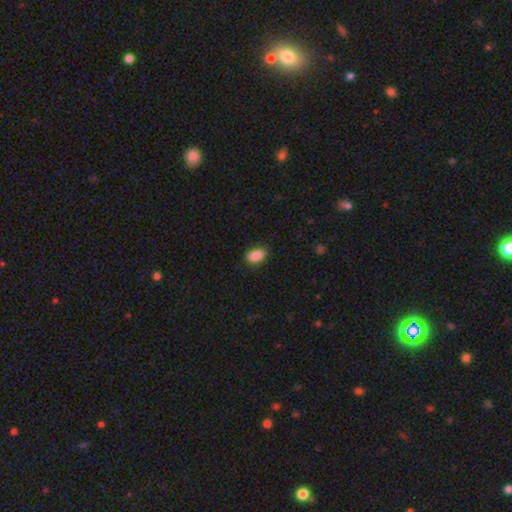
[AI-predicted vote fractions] smooth_or_featured: smooth (p=0.86) [alt: star or artifact p=0.08]
how_rounded: in between (p=0.89) [alt: round p=0.09]
merging: none (p=0.83) [alt: minor disturbance p=0.13]